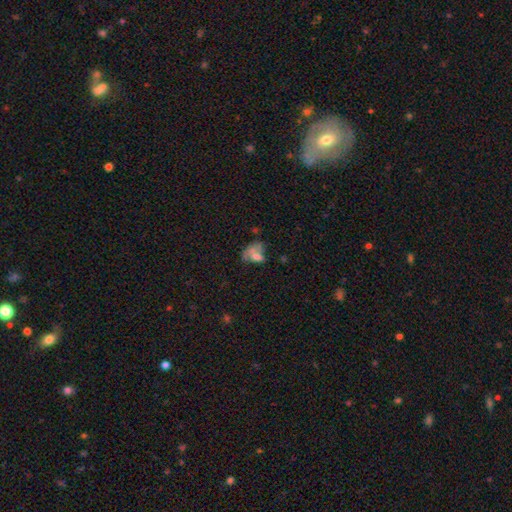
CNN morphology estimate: Smooth or featured: smooth — 58% (featured or disk — 25%)
How rounded: in between — 77% (round — 20%)
Merging: major disturbance — 28% (none — 27%)